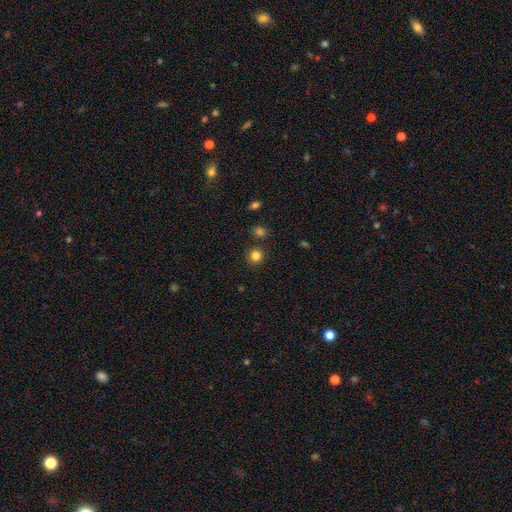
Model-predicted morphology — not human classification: Overall: smooth (83%). How rounded: round (92%). Merging: none (85%).